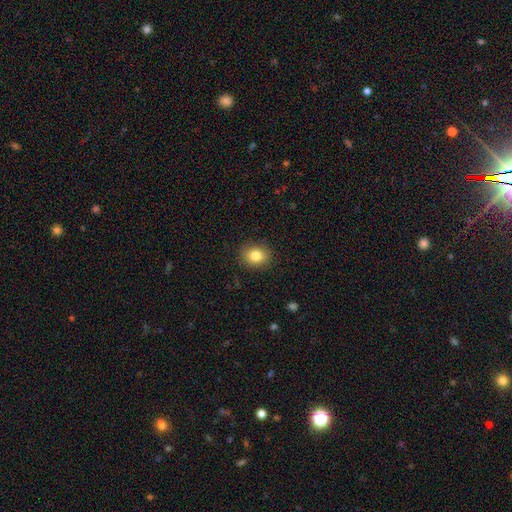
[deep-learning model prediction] smooth-or-featured: smooth: 82% | star or artifact: 10% | featured or disk: 8%
  how-rounded: round: 59% | in between: 40% | cigar-shaped: 1%
  merging: none: 88% | minor disturbance: 8% | major disturbance: 2% | merger: 1%